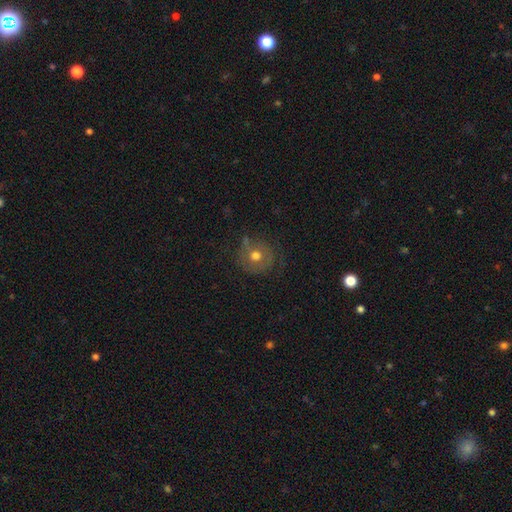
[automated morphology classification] A smooth galaxy with no disk features (53%) that is round (88%). Merging: none (65%).